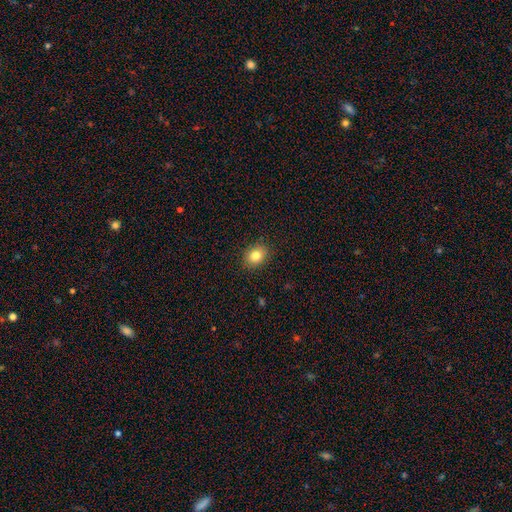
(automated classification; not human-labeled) Q: Smooth or featured?
A: smooth (82%); runner-up: star or artifact (10%)
Q: How rounded?
A: round (52%); runner-up: in between (47%)
Q: Merging?
A: none (89%); runner-up: minor disturbance (8%)